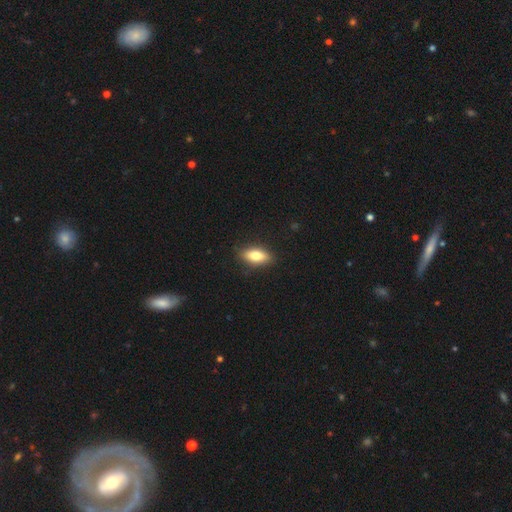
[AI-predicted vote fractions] This appears to be a smooth galaxy with no disk features (76%) that is in between round and cigar-shaped (79%). Merging: none (87%).